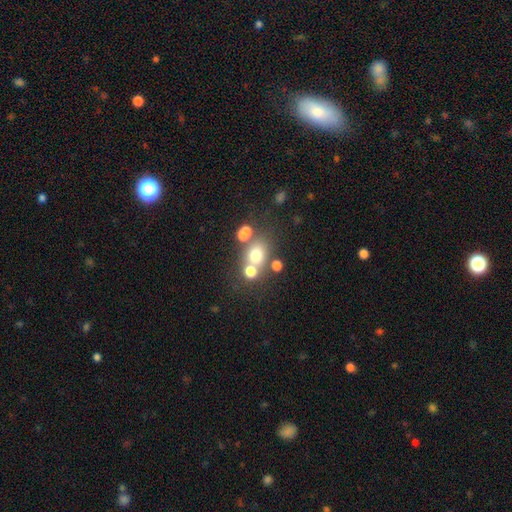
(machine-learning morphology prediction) Overall: smooth (66%). How rounded: round (64%; in between 34%). Merging: none (53%; merger 31%).